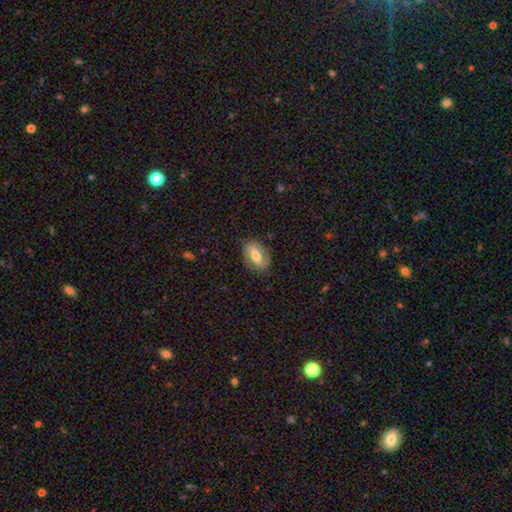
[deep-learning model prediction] This appears to be a featured or disk galaxy (50%). Merging: none (80%).